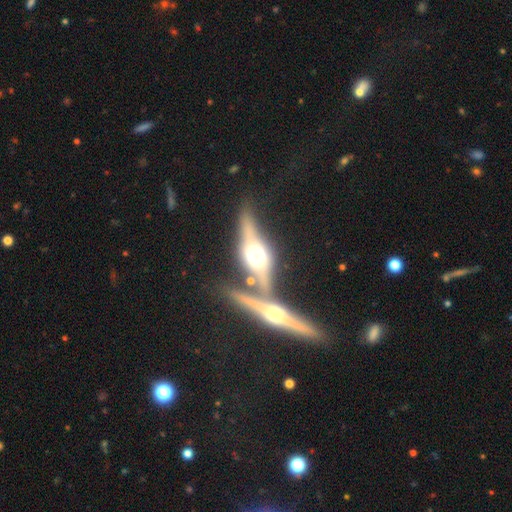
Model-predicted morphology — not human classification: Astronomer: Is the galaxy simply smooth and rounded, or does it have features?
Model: featured or disk — 71%.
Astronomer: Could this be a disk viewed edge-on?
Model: yes — 91%.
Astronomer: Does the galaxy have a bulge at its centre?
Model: rounded — 93%.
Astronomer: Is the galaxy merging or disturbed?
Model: none — 54% (runner-up: merger, 32%).